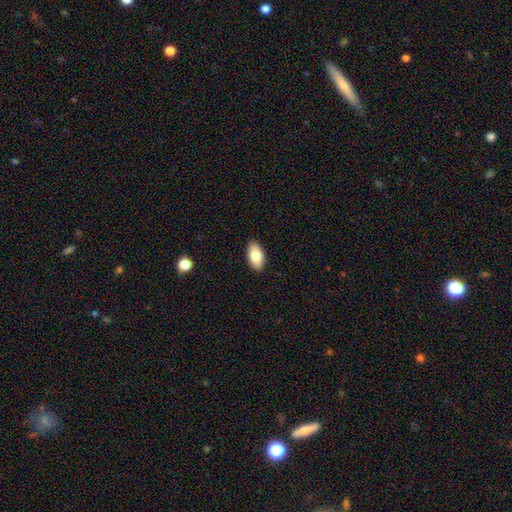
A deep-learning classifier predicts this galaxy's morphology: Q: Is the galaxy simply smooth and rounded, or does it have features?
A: smooth — 81%.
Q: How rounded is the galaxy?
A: in between — 93%.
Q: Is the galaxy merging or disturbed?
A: none — 90%.